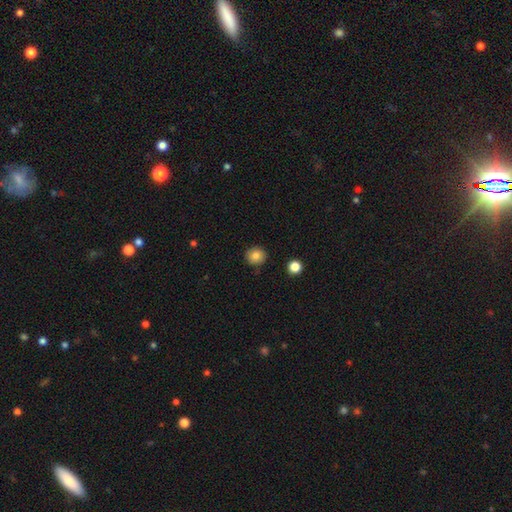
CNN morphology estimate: This is clearly a smooth galaxy (82%). How rounded: clearly round (89%). Merging: clearly none (87%).